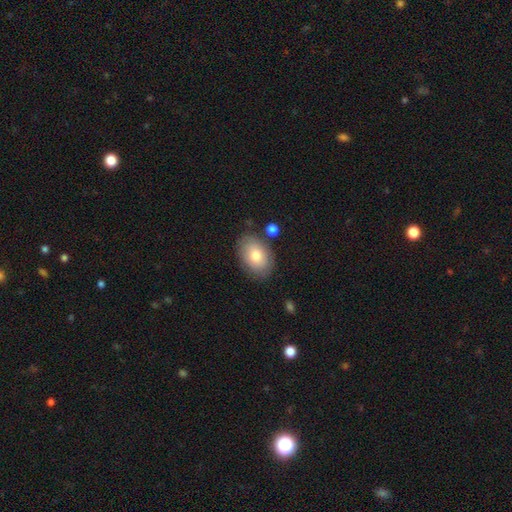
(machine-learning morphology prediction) This appears to be a smooth galaxy with no disk features (74%) that is in between round and cigar-shaped (83%). Merging: none (79%).